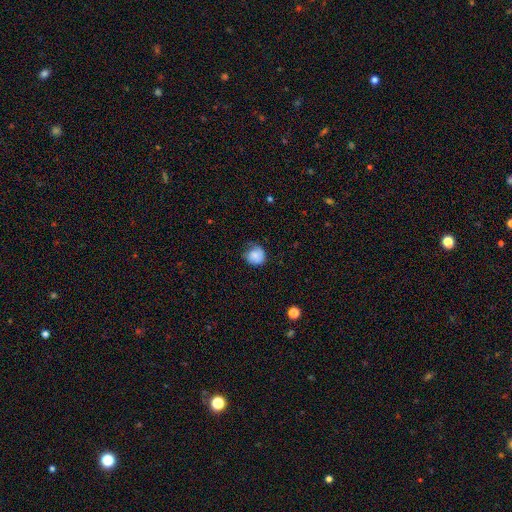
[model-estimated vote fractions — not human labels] This is likely a smooth galaxy (79%). How rounded: likely round (80%). Merging: possibly none (52%).